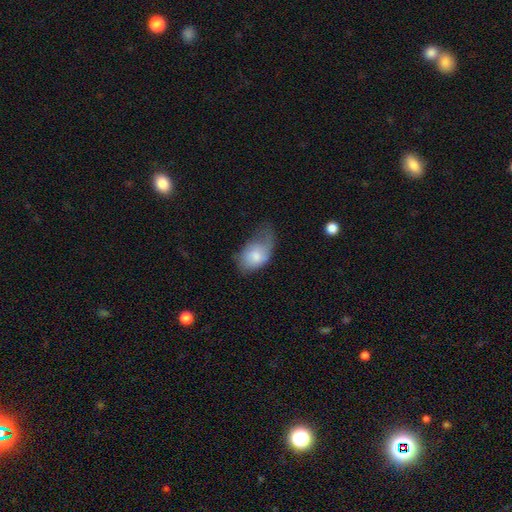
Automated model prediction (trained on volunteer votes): This appears to be a smooth galaxy with no disk features (73%) that is in between round and cigar-shaped (87%). Merging: minor disturbance (39%).